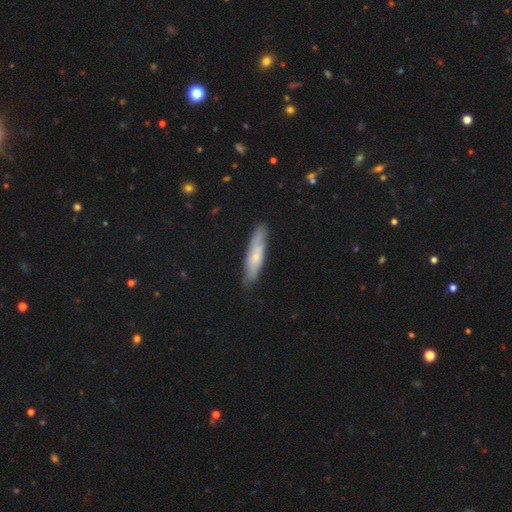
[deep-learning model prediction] Smooth or featured?
  - smooth: 60% *
  - featured or disk: 33%
  - star or artifact: 6%
How rounded?
  - cigar-shaped: 78% *
  - in between: 20%
  - round: 2%
Merging?
  - none: 84% *
  - minor disturbance: 13%
  - major disturbance: 2%
  - merger: 1%